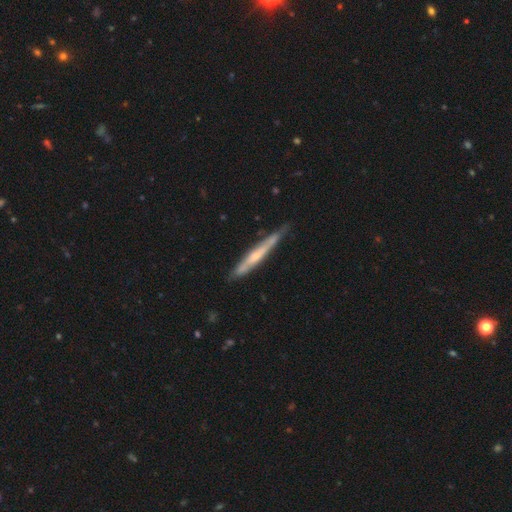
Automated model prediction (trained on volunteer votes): Smooth or featured? Predicted: featured or disk (p=0.60). Edge-on disk? Predicted: yes (p=0.92). Edge-on bulge? Predicted: none (p=0.48). Merging? Predicted: none (p=0.73).